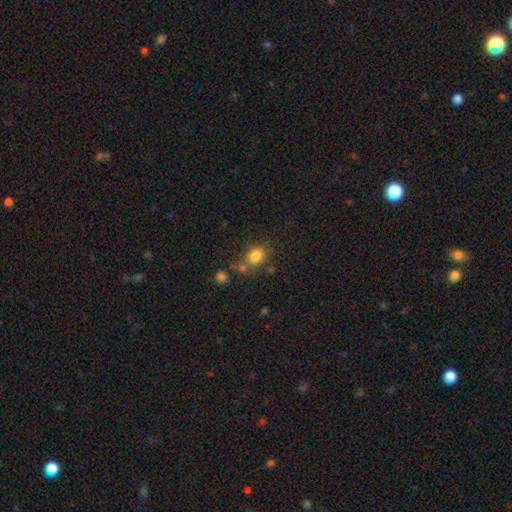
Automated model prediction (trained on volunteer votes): smooth 81%, star or artifact 12%, featured or disk 7%. Down the decision tree: how rounded — round (52%); merging — none (64%).